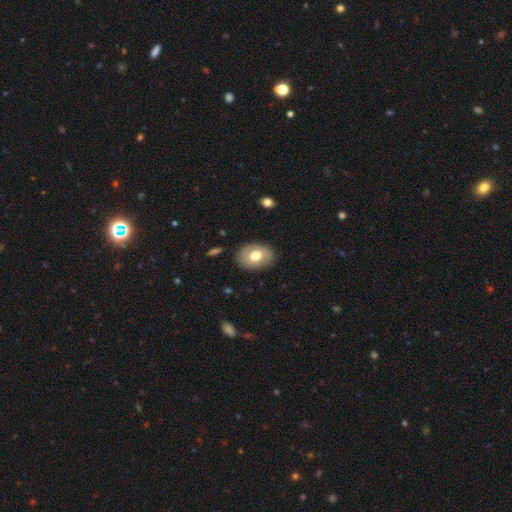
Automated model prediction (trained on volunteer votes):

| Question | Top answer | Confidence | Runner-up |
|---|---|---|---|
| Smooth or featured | smooth | 65% | featured or disk (28%) |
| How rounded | in between | 73% | round (26%) |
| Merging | none | 84% | minor disturbance (12%) |